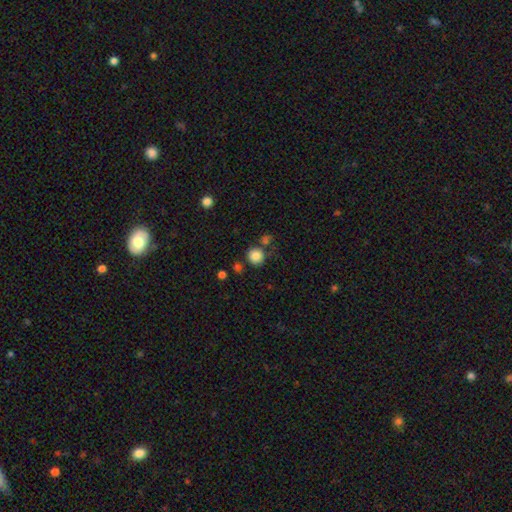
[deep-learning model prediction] This appears to be a smooth galaxy with no disk features (85%) that is round (92%). Merging: none (76%).